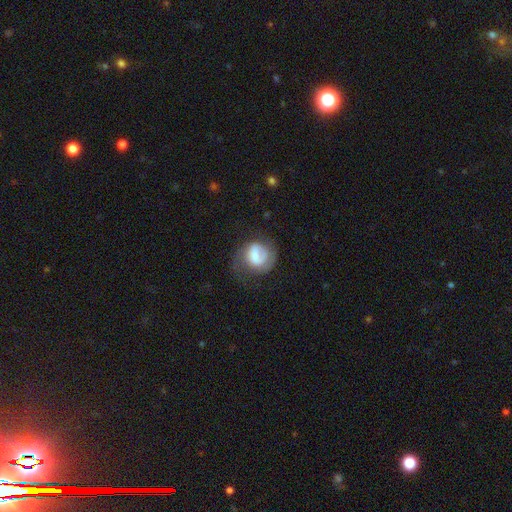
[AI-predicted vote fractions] smooth-or-featured: featured or disk: 56% | smooth: 37% | star or artifact: 7%
  disk-edge-on: no: 97% | yes: 3%
    bar: weak: 50% | no: 28% | strong: 23%
    has-spiral-arms: yes: 81% | no: 19%
    bulge-size: small: 35% (tied) | moderate: 35% (tied) | none: 15% | large: 13% | dominant: 3%
  merging: none: 51% | major disturbance: 24% | minor disturbance: 23% | merger: 2%